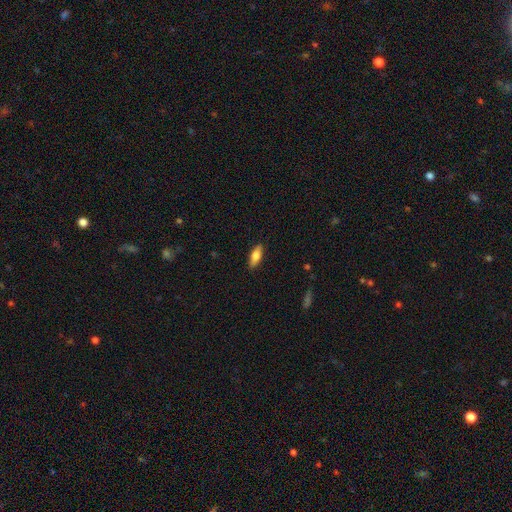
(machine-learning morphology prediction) The model was most divided on "how rounded": in between: 71%, cigar-shaped: 26%, round: 2%. More confident: merging — none (87%); smooth or featured — smooth (76%).